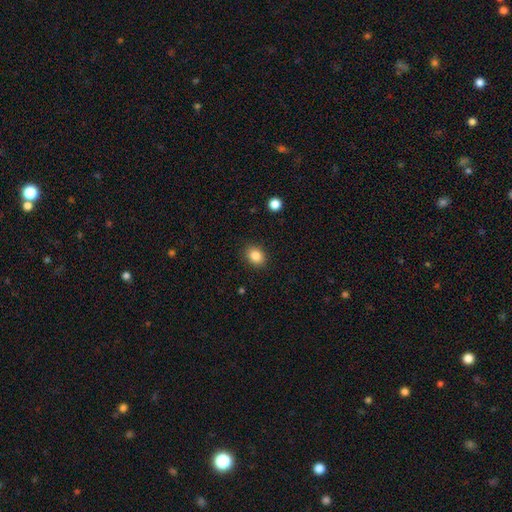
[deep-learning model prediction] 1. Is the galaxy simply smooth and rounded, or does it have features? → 85% smooth, 10% star or artifact, 5% featured or disk.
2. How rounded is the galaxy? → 50% in between, 49% round, 1% cigar-shaped.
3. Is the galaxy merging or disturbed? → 89% none, 7% minor disturbance, 2% major disturbance, 1% merger.